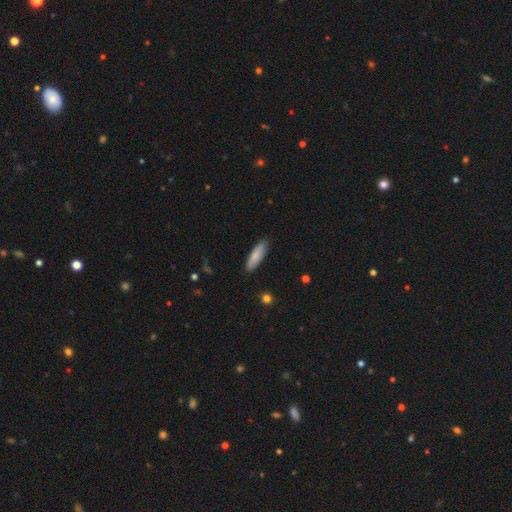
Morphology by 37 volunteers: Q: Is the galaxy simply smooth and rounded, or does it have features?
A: smooth — 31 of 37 (84%).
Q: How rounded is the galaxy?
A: in between — 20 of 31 (65%).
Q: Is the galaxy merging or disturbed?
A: none — 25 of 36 (69%).